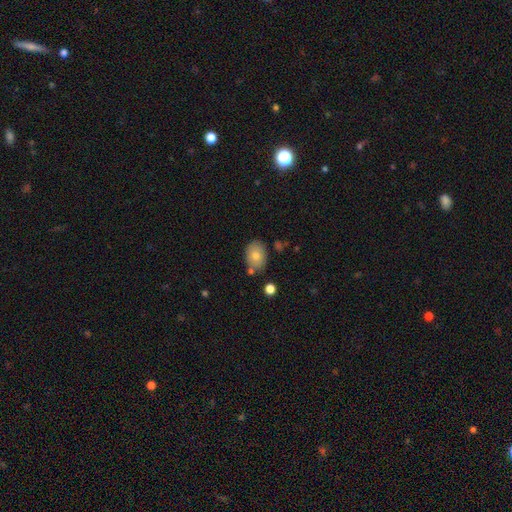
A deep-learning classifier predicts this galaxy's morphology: A smooth galaxy with no disk features (77%) that is in between round and cigar-shaped (78%). Merging: none (75%).